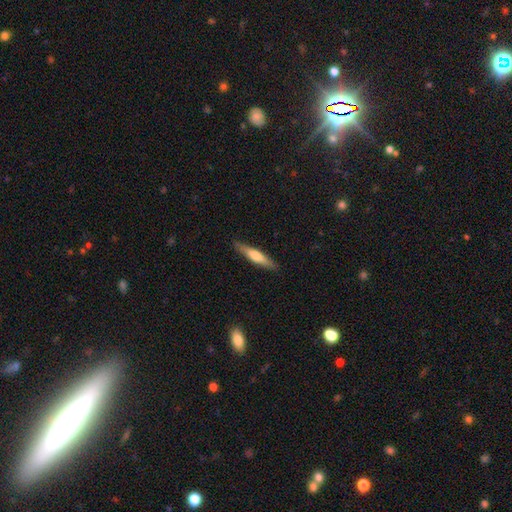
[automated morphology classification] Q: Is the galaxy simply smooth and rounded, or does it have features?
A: smooth — 53%.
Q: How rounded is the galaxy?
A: cigar-shaped — 87%.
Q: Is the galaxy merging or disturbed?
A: none — 89%.